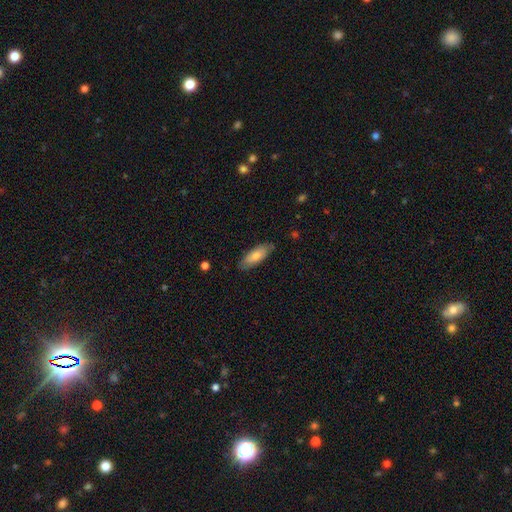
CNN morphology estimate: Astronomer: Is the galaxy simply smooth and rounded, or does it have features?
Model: smooth — 71%.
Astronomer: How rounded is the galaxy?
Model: in between — 75%.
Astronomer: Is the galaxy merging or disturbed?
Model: none — 83%.